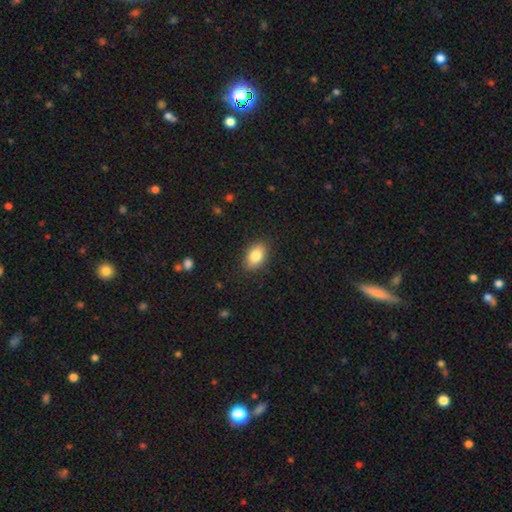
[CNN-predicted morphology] Smooth or featured: smooth — 83% (featured or disk — 9%)
How rounded: in between — 87% (round — 11%)
Merging: none — 87% (minor disturbance — 10%)